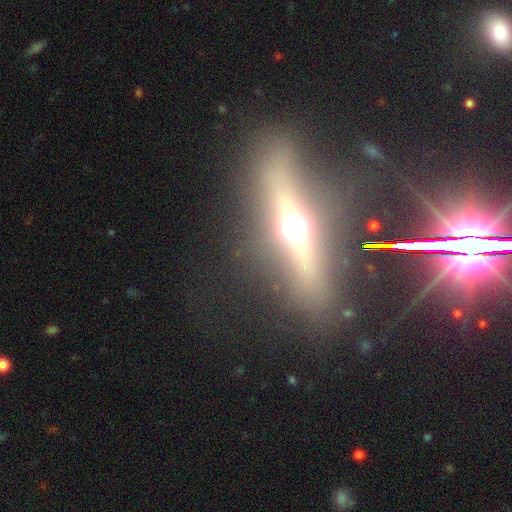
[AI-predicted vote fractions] Smooth or featured? featured or disk (64%)
Edge-on disk? yes (89%)
Edge-on bulge? rounded (93%)
Merging? none (80%)